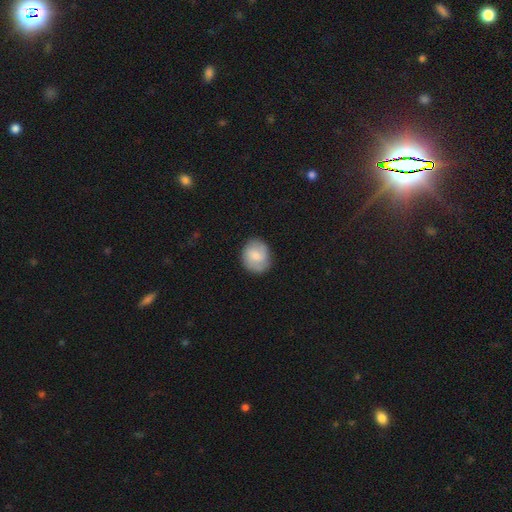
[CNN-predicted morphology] This appears to be a smooth galaxy with no disk features (64%) that is round (69%). Merging: none (81%).